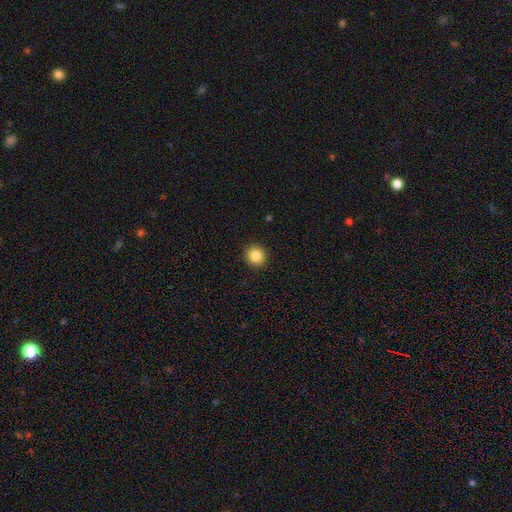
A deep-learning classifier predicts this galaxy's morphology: A smooth galaxy with no disk features (85%) that is round (88%). Merging: none (91%).